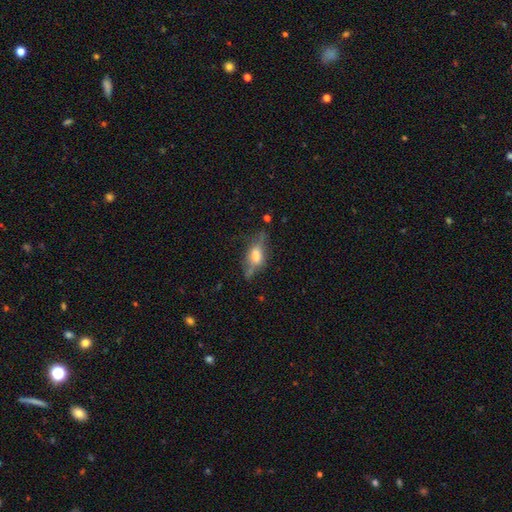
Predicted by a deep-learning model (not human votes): smooth-or-featured: featured or disk: 50% | smooth: 41% | star or artifact: 9%
  disk-edge-on: yes: 75% | no: 25%
  merging: none: 60% | minor disturbance: 24% | major disturbance: 12% | merger: 3%